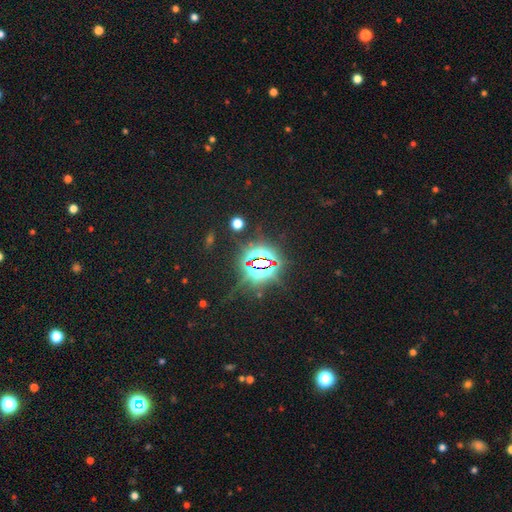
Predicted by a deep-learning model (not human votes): star or artifact 83%, smooth 10%, featured or disk 7%.